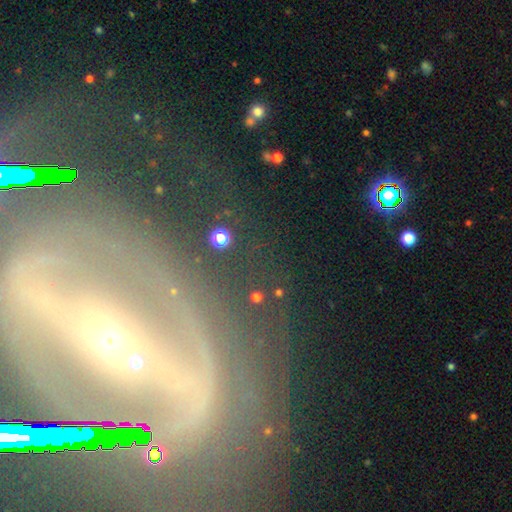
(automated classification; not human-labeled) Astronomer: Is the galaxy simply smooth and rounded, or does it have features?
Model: featured or disk — 67%.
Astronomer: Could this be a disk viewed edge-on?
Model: no — 91%.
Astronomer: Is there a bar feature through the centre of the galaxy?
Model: strong — 44% (runner-up: no, 29%).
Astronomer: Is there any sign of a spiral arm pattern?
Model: yes — 78%.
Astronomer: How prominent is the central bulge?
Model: small — 56% (runner-up: moderate, 32%).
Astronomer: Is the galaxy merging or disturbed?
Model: none — 72%.